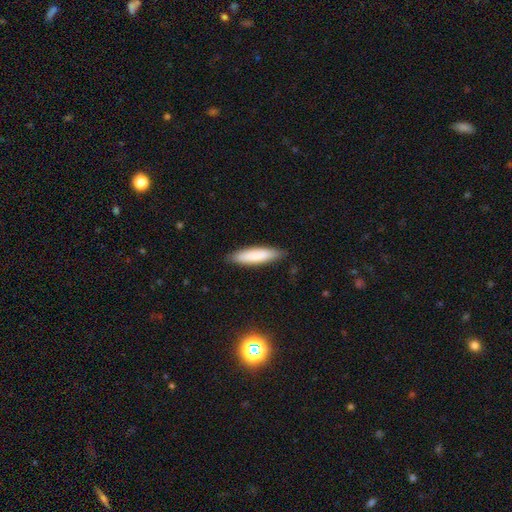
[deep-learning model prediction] The model was most divided on "how rounded": cigar-shaped: 74%, in between: 25%, round: 1%. More confident: merging — none (87%); smooth or featured — smooth (82%).